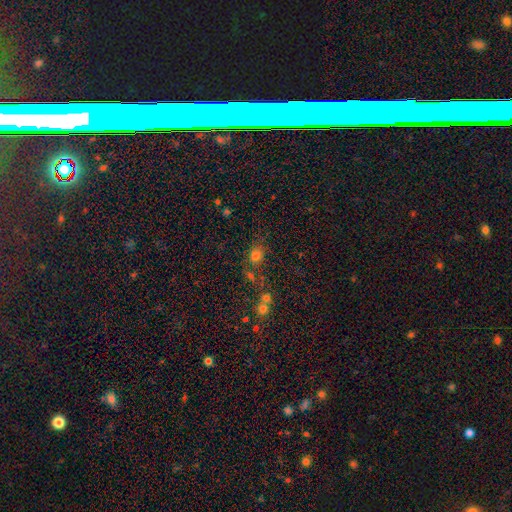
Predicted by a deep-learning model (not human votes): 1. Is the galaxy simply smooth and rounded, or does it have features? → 74% smooth, 18% star or artifact, 8% featured or disk.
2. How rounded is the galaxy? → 68% round, 31% in between, 1% cigar-shaped.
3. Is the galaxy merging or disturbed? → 67% none, 14% minor disturbance, 13% merger, 7% major disturbance.